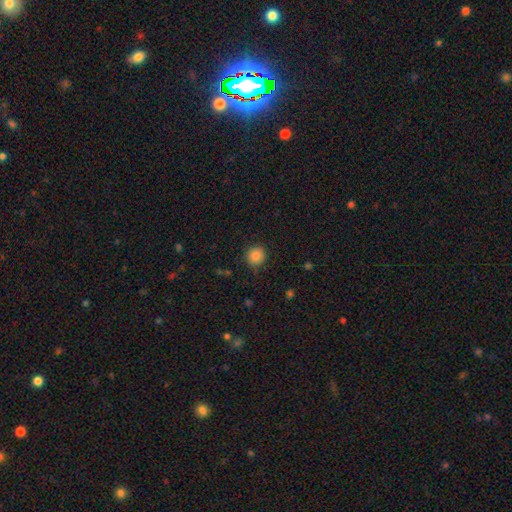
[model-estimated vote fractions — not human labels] Smooth or featured? Predicted: smooth (p=0.84). How rounded? Predicted: round (p=0.90). Merging? Predicted: none (p=0.89).